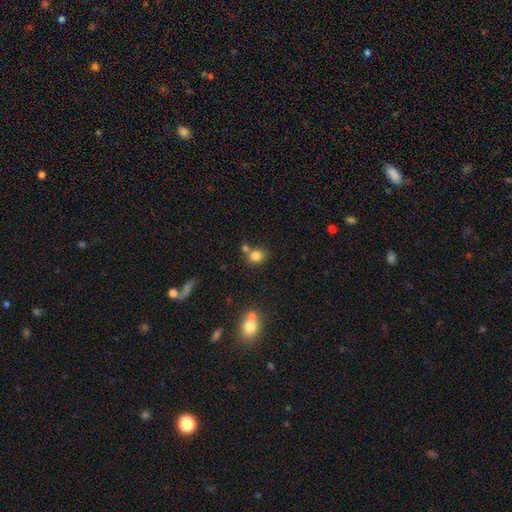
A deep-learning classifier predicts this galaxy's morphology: This appears to be a smooth galaxy with no disk features (81%) that is round (76%). Merging: none (58%).